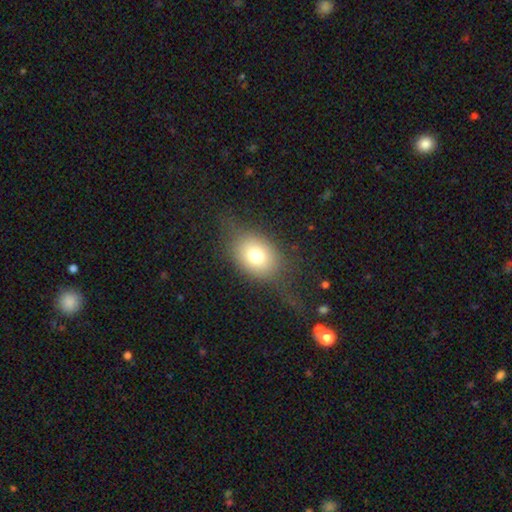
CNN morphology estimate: A smooth galaxy with no disk features (72%) that is in between round and cigar-shaped (64%). Merging: none (61%).